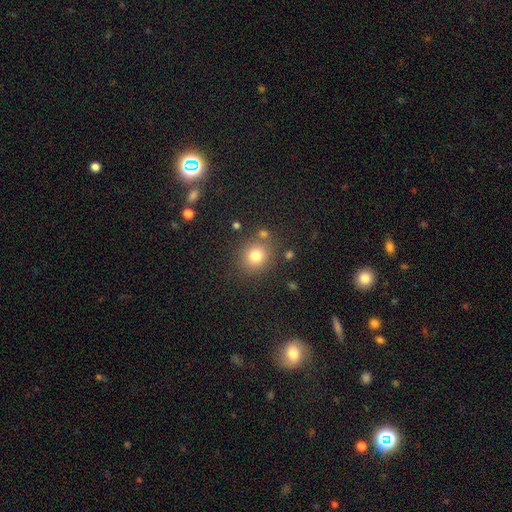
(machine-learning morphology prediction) This appears to be a smooth galaxy with no disk features (78%) that is round (84%). Merging: none (79%).